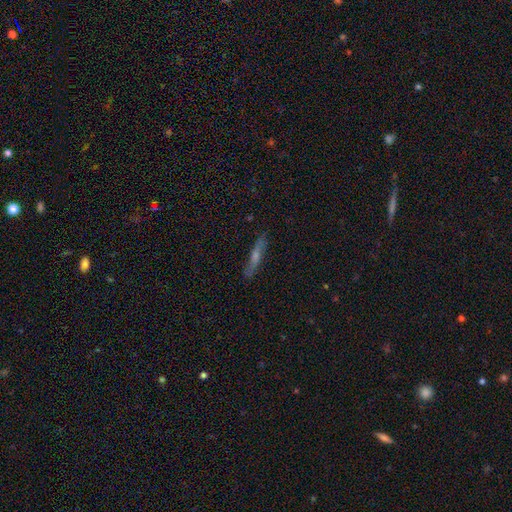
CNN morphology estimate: featured or disk 56%, smooth 35%, star or artifact 9%. Down the decision tree: edge-on disk — yes (87%); merging — none (86%).